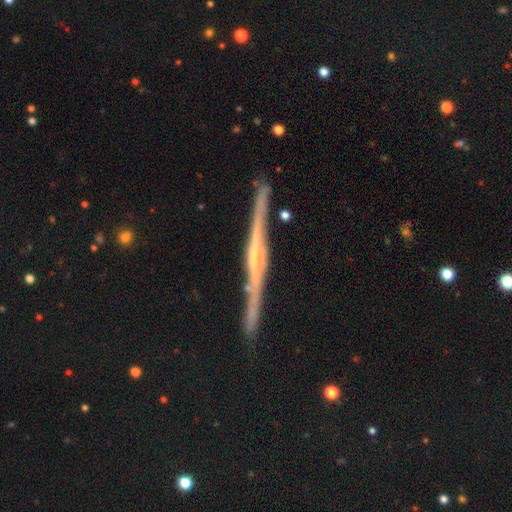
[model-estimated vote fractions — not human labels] Smooth or featured: featured or disk — 80% (smooth — 14%)
Edge-on disk: yes — 96% (no — 4%)
Edge-on bulge: none — 41% (rounded — 33%)
Merging: none — 84% (minor disturbance — 12%)